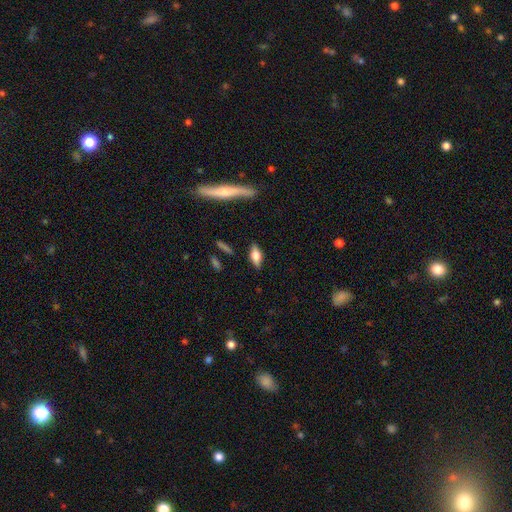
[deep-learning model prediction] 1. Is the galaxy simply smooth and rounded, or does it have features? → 60% smooth, 33% featured or disk, 8% star or artifact.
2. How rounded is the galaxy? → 75% in between, 21% cigar-shaped, 4% round.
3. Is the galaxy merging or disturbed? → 81% none, 13% minor disturbance, 3% major disturbance, 2% merger.